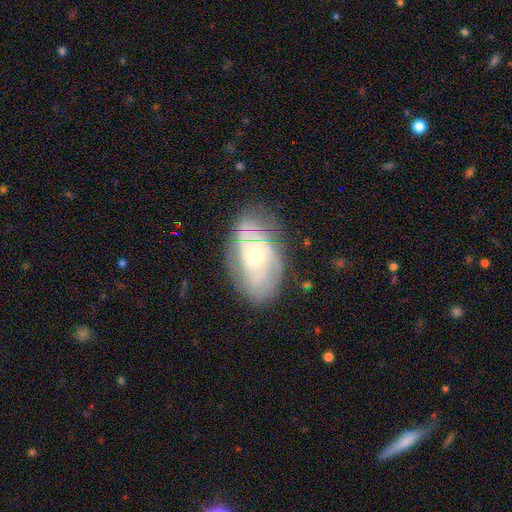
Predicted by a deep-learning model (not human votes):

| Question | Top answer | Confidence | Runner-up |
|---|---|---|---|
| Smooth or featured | featured or disk | 68% | smooth (24%) |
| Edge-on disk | no | 94% | yes (6%) |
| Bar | no | 79% | weak (18%) |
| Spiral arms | yes | 77% | no (23%) |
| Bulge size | small | 50% | moderate (45%) |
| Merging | none | 68% | minor disturbance (22%) |